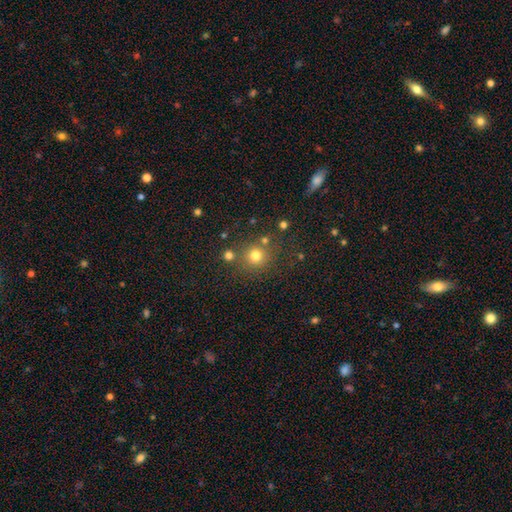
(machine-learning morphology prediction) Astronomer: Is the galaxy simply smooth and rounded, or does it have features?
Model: smooth — 75%.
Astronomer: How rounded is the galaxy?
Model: round — 91%.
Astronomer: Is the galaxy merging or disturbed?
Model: none — 77%.